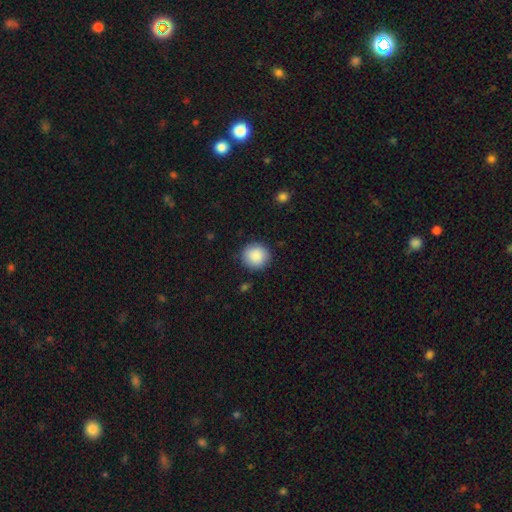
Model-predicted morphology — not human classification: Smooth or featured?
  - smooth: 89% *
  - star or artifact: 7%
  - featured or disk: 4%
How rounded?
  - round: 92% *
  - in between: 7%
  - cigar-shaped: 1%
Merging?
  - none: 89% *
  - minor disturbance: 8%
  - major disturbance: 2%
  - merger: 1%